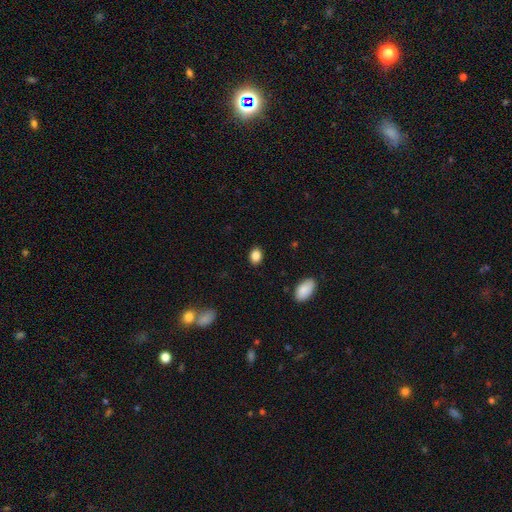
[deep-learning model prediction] A smooth galaxy with no disk features (86%) that is in between round and cigar-shaped (66%).

Vote fractions:
- Smooth or featured? smooth: 86% / star or artifact: 9% / featured or disk: 4%
- How rounded? in between: 66% / round: 33% / cigar-shaped: 1%
- Merging? none: 88% / minor disturbance: 8% / major disturbance: 2% / merger: 1%